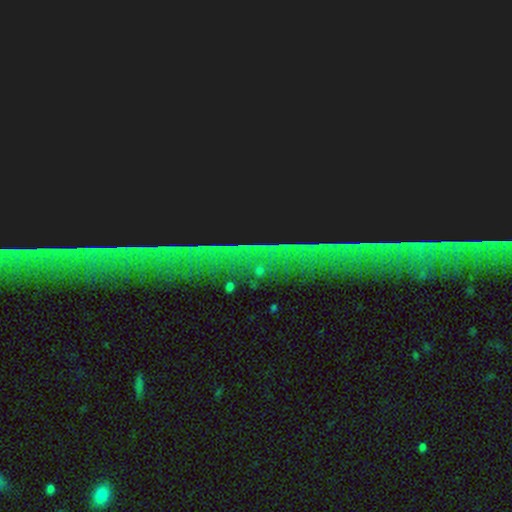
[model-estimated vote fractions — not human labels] star or artifact 84%, featured or disk 9%, smooth 7%.